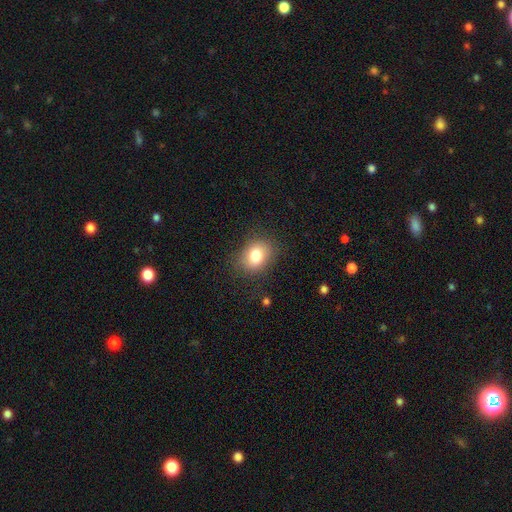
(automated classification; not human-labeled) Smooth or featured?
  - smooth: 81% *
  - star or artifact: 10%
  - featured or disk: 9%
How rounded?
  - in between: 60% *
  - round: 39%
  - cigar-shaped: 1%
Merging?
  - none: 81% *
  - minor disturbance: 13%
  - major disturbance: 5%
  - merger: 1%